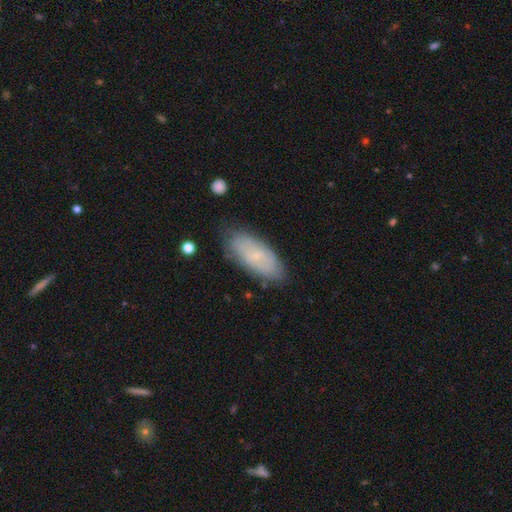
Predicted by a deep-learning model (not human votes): Morphology: type=smooth (63%); roundness=in between (86%); merging=none (78%).